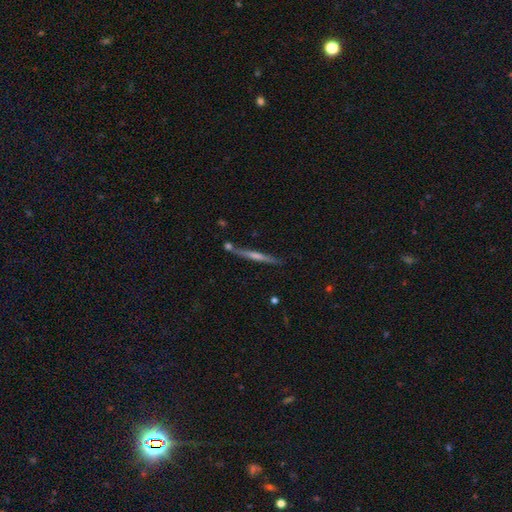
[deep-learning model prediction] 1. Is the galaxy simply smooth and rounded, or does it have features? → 65% featured or disk, 28% smooth, 7% star or artifact.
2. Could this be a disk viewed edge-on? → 97% yes, 3% no.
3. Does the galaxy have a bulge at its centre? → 50% rounded, 37% none, 13% boxy.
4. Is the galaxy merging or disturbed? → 82% none, 10% minor disturbance, 6% merger, 2% major disturbance.